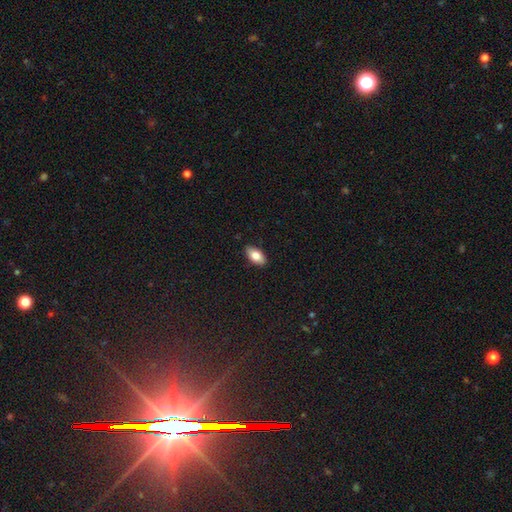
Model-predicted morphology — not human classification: Smooth or featured? Predicted: smooth (p=0.82). How rounded? Predicted: in between (p=0.92). Merging? Predicted: none (p=0.88).